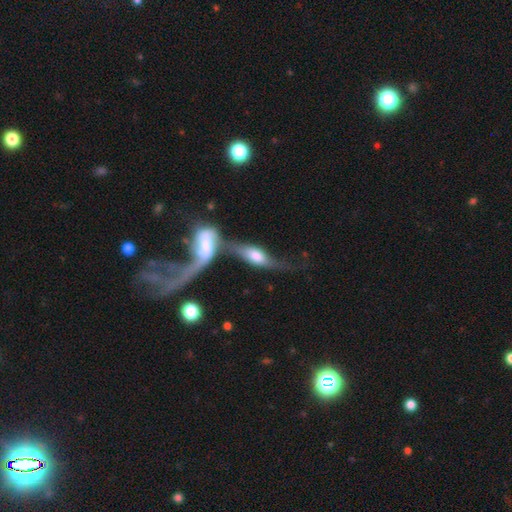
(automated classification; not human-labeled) Smooth or featured: featured or disk — 49% (smooth — 44%)
Merging: merger — 70% (none — 13%)